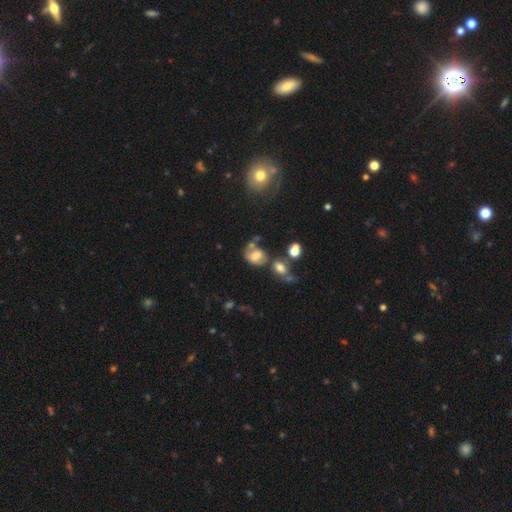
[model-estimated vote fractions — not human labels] This is likely a smooth galaxy (61%). How rounded: possibly in between (57%). Merging: marginally none (36%).